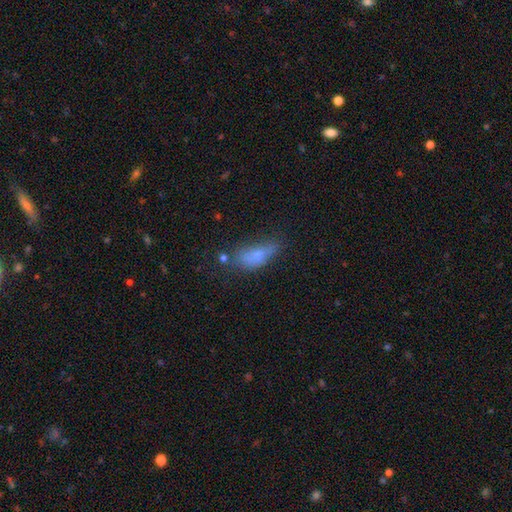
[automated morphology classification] smooth 65%, featured or disk 22%, star or artifact 13%. Down the decision tree: how rounded — in between (76%); merging — none (36%).